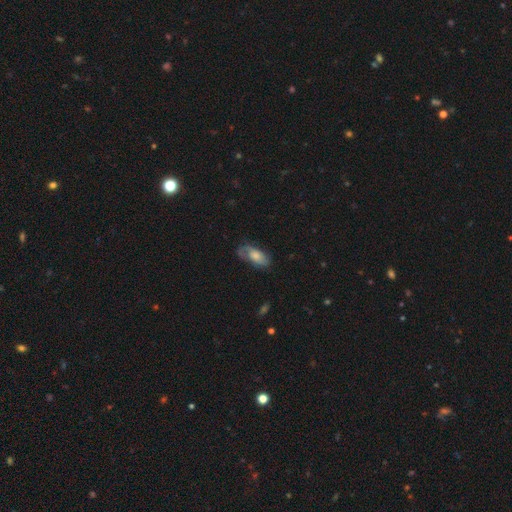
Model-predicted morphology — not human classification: This appears to be a featured or disk galaxy (53%). Merging: none (58%).